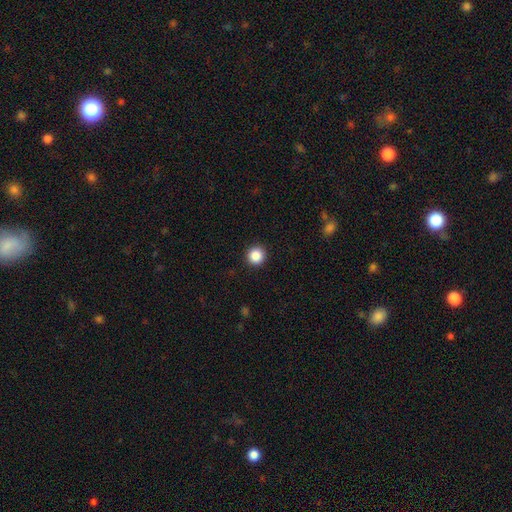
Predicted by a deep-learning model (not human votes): This appears to be a smooth galaxy with no disk features (87%) that is round (96%). Merging: none (93%).